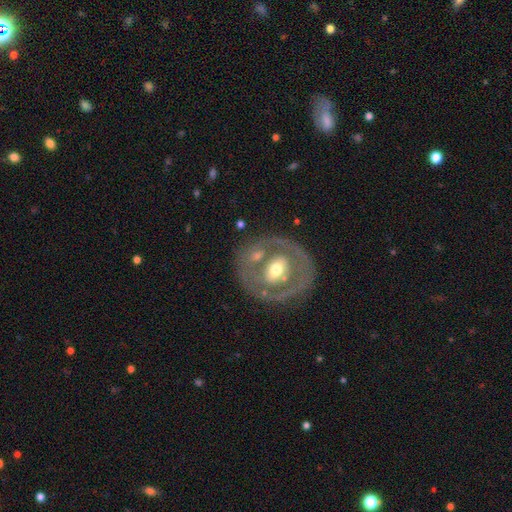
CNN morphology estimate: Q: Smooth or featured?
A: featured or disk (70%); runner-up: smooth (23%)
Q: Edge-on disk?
A: no (94%); runner-up: yes (6%)
Q: Bar?
A: no (55%); runner-up: weak (27%)
Q: Spiral arms?
A: no (71%); runner-up: yes (29%)
Q: Bulge size?
A: moderate (67%); runner-up: small (21%)
Q: Merging?
A: none (72%); runner-up: minor disturbance (14%)